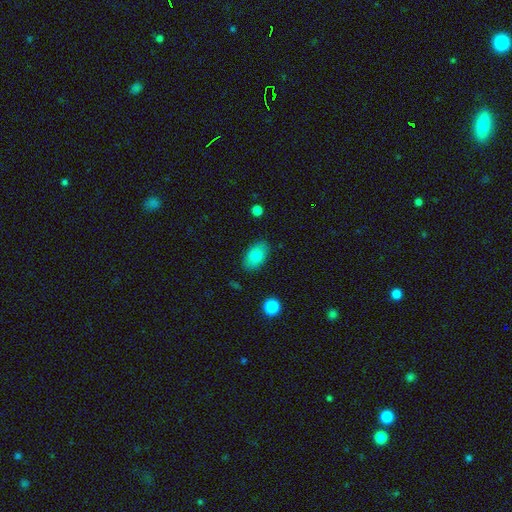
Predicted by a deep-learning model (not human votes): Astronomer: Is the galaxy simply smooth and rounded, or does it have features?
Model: smooth — 82%.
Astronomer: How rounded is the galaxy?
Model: in between — 91%.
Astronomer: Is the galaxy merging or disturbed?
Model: none — 85%.